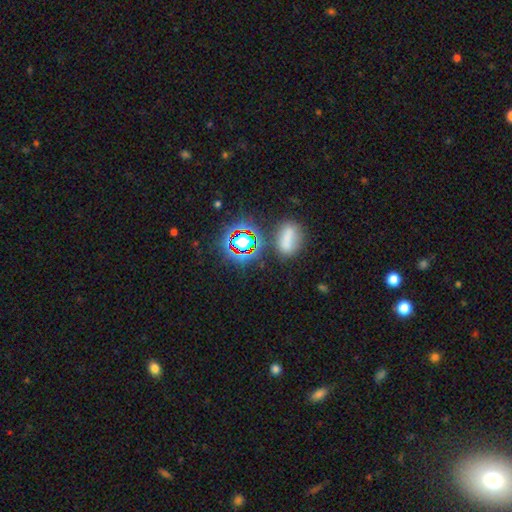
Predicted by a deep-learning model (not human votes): Morphology: type=star or artifact (62%).